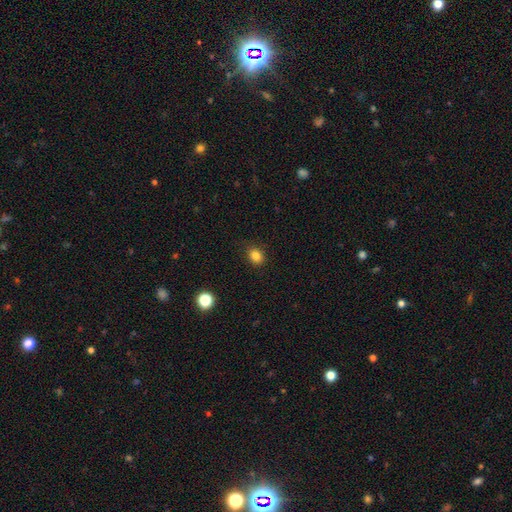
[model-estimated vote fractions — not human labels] This appears to be a smooth galaxy with no disk features (83%) that is round (52%). Merging: none (87%).